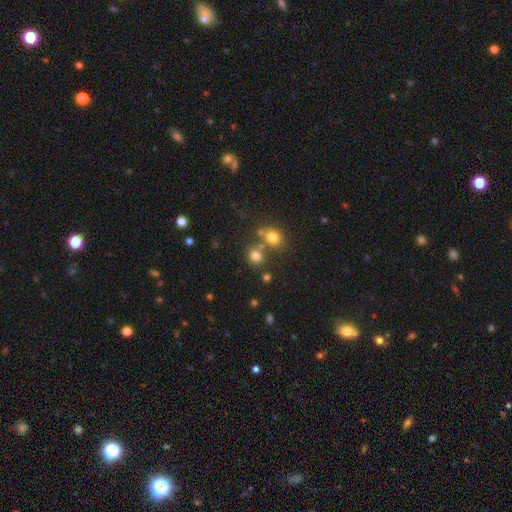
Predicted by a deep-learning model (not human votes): Smooth or featured: smooth — 76% (star or artifact — 15%)
How rounded: round — 76% (in between — 22%)
Merging: none — 62% (merger — 25%)